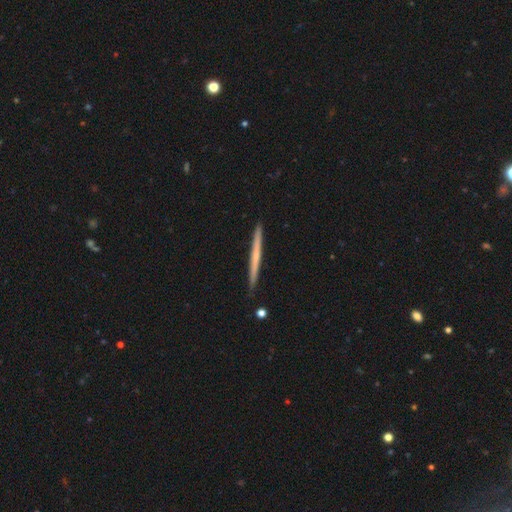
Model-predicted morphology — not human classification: A featured or disk galaxy (50%) viewed edge-on (98%).

Vote fractions:
- Smooth or featured? featured or disk: 50% / smooth: 44% / star or artifact: 6%
- Edge-on disk? yes: 98% / no: 2%
- Merging? none: 91% / minor disturbance: 6% / merger: 1% / major disturbance: 1%